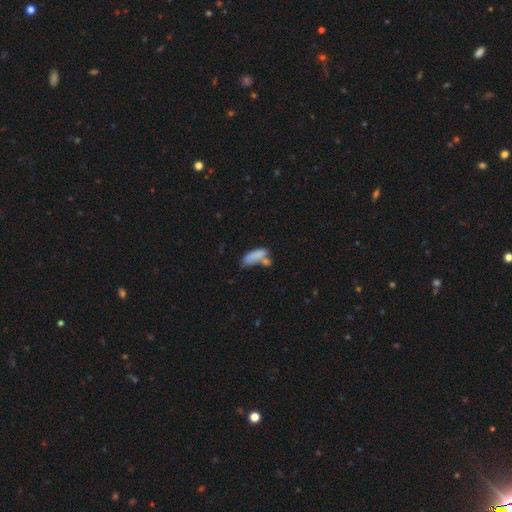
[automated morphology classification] This appears to be a smooth galaxy with no disk features (77%) that is in between round and cigar-shaped (67%). Merging: merger (39%).